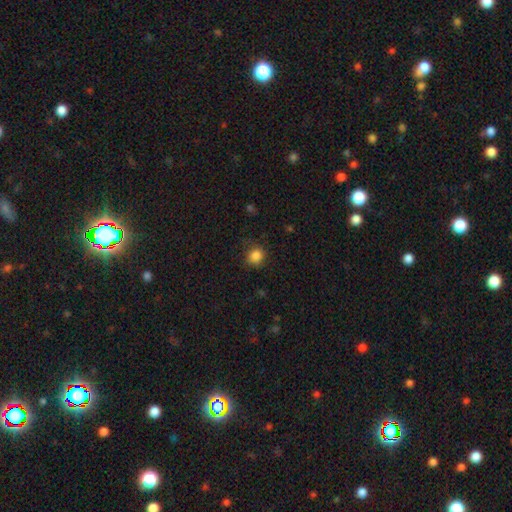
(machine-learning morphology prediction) type=smooth (85%); roundness=round (86%); merging=none (81%).